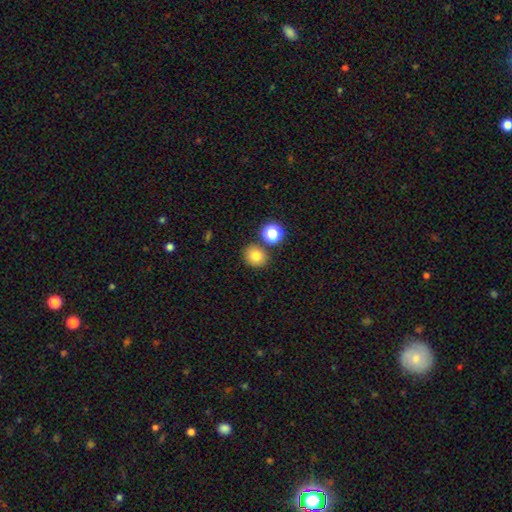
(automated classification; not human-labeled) A smooth galaxy with no disk features (79%) that is round (72%).

Vote fractions:
- Smooth or featured? smooth: 79% / star or artifact: 13% / featured or disk: 8%
- How rounded? round: 72% / in between: 27% / cigar-shaped: 1%
- Merging? none: 78% / merger: 10% / minor disturbance: 9% / major disturbance: 3%